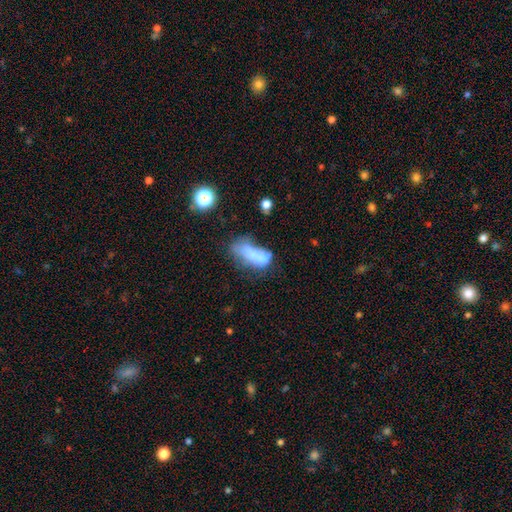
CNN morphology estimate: type=smooth (61%); roundness=in between (74%); merging=major disturbance (38%).